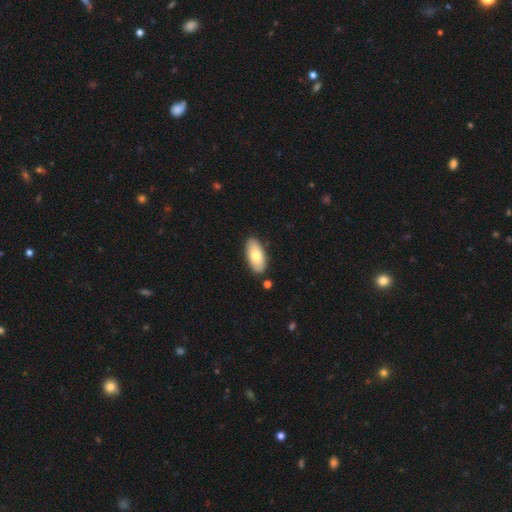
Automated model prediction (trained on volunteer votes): This appears to be a smooth galaxy with no disk features (74%) that is in between round and cigar-shaped (91%). Merging: none (86%).